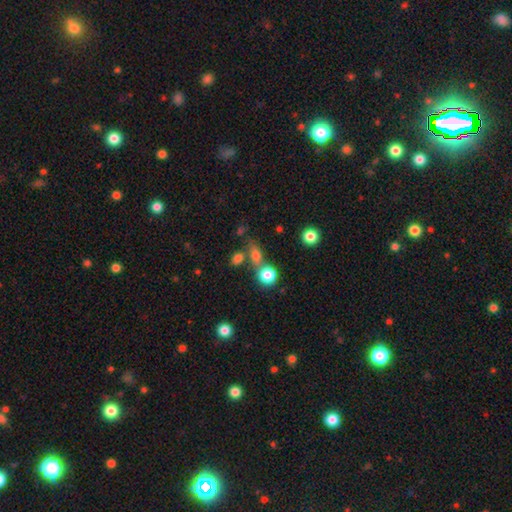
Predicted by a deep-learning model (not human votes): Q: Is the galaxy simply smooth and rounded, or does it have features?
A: smooth — 73%.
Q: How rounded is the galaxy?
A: in between — 56%.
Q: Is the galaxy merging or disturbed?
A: none — 54%.